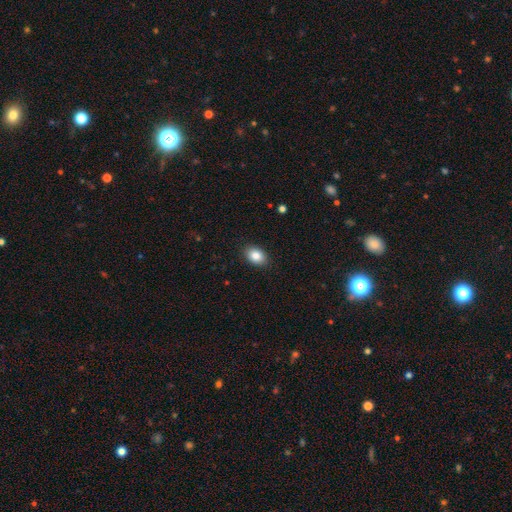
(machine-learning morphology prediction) smooth_or_featured: smooth (p=0.86) [alt: star or artifact p=0.08]
how_rounded: in between (p=0.77) [alt: round p=0.22]
merging: none (p=0.89) [alt: minor disturbance p=0.08]